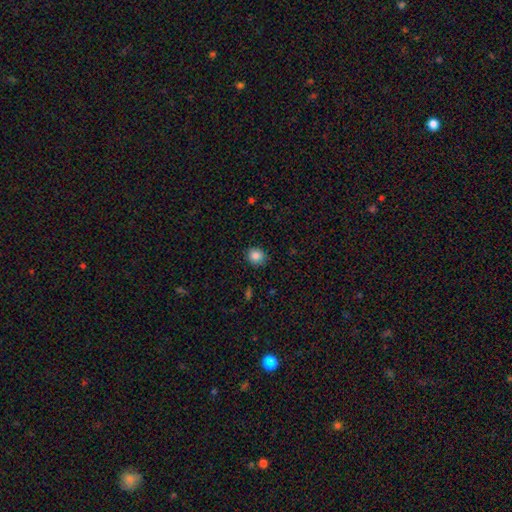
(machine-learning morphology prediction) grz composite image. It shows a smooth galaxy with no disk features (85%) that is round (79%). Merging: none (83%).